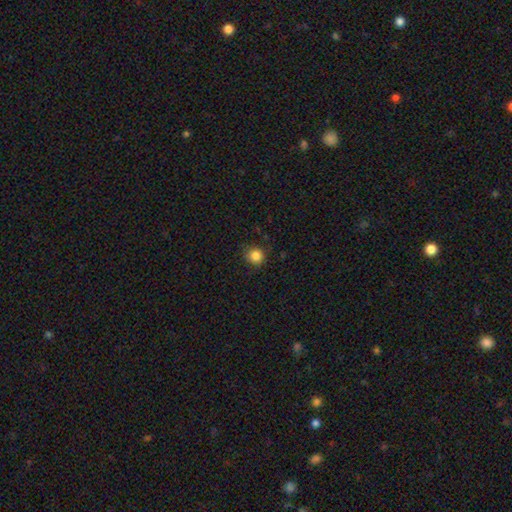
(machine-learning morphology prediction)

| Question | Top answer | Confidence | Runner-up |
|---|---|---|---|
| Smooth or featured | smooth | 85% | star or artifact (12%) |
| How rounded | round | 91% | in between (8%) |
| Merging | none | 83% | minor disturbance (13%) |